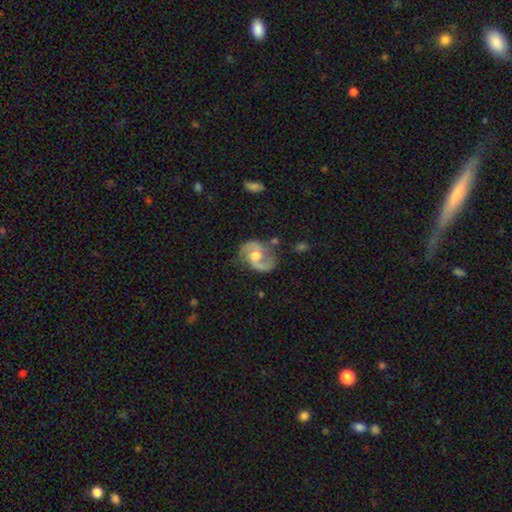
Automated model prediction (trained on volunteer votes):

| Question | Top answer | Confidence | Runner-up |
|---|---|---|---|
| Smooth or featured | featured or disk | 85% | smooth (10%) |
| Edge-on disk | no | 98% | yes (2%) |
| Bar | no | 59% | weak (34%) |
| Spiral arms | yes | 95% | no (5%) |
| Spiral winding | medium | 56% | loose (26%) |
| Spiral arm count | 2 | 90% | can't tell (4%) |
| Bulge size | moderate | 70% | large (16%) |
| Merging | none | 69% | minor disturbance (19%) |